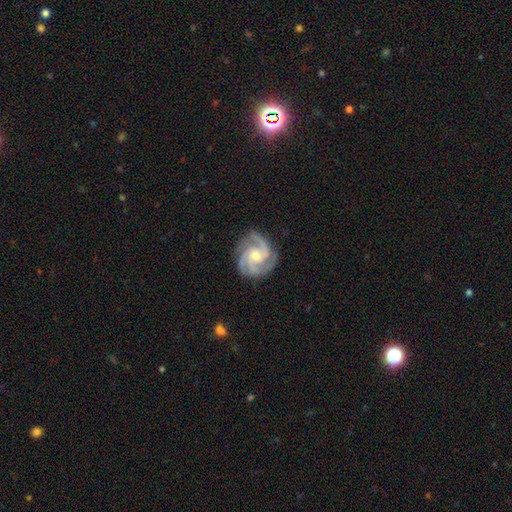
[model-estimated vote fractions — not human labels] A featured or disk galaxy (92%) with no bar (62%), 3 (68%) tight (56%) spiral arms (99%) and a small central bulge (48%). Merging: none (83%).